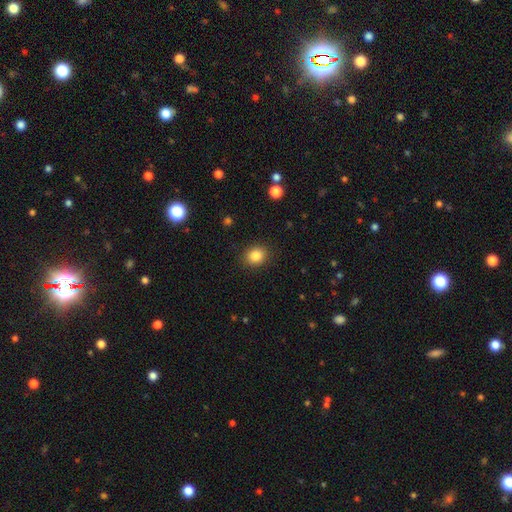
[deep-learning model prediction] smooth-or-featured: smooth: 85% | star or artifact: 10% | featured or disk: 5%
  how-rounded: round: 70% | in between: 30% | cigar-shaped: 1%
  merging: none: 89% | minor disturbance: 7% | major disturbance: 2% | merger: 1%